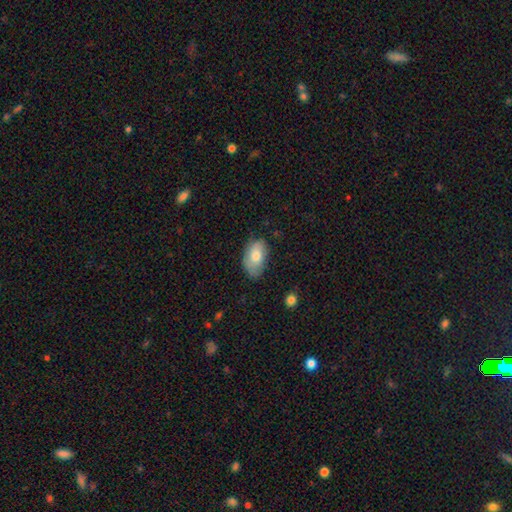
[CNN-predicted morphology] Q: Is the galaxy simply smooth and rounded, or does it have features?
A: smooth — 74%.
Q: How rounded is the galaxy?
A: in between — 93%.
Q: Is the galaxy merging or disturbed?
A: none — 66%.